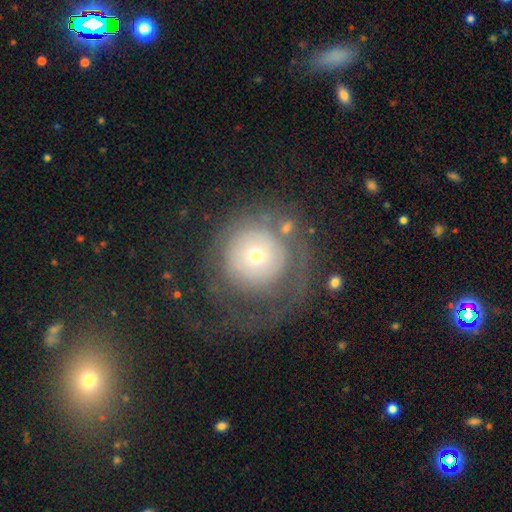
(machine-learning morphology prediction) type=featured or disk (47%); merging=none (48%).